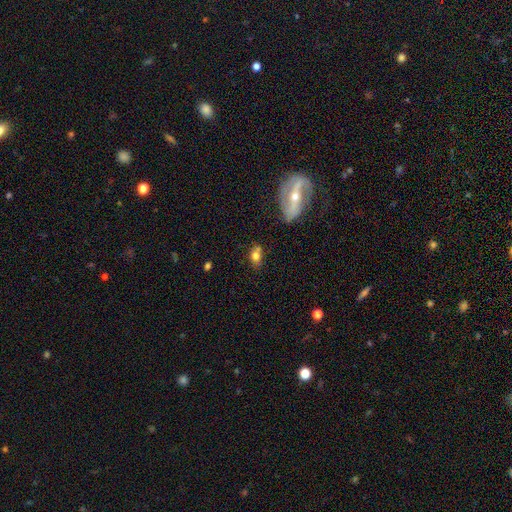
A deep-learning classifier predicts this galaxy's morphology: This appears to be a smooth galaxy with no disk features (71%) that is in between round and cigar-shaped (63%). Merging: none (54%).